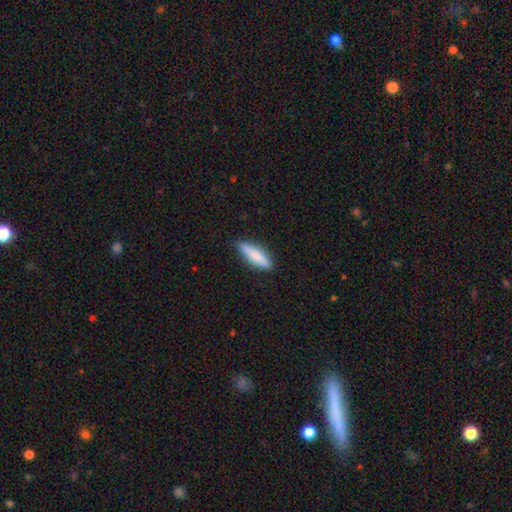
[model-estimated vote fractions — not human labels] Smooth or featured: smooth — 75% (featured or disk — 19%)
How rounded: cigar-shaped — 72% (in between — 26%)
Merging: none — 88% (minor disturbance — 9%)